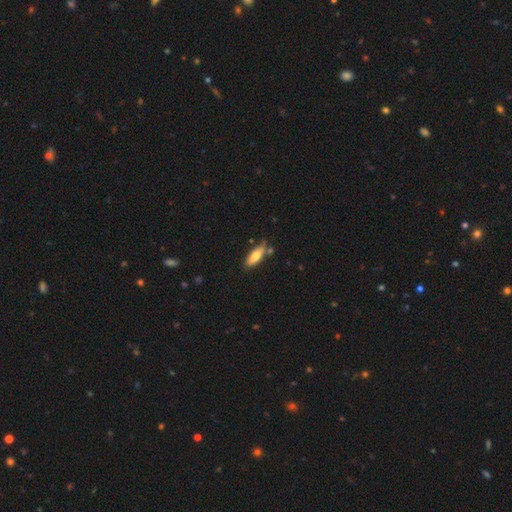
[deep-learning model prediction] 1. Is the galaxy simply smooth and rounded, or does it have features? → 73% smooth, 21% featured or disk, 6% star or artifact.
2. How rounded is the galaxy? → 61% in between, 37% cigar-shaped, 2% round.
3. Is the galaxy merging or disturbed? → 72% none, 18% minor disturbance, 7% merger, 3% major disturbance.